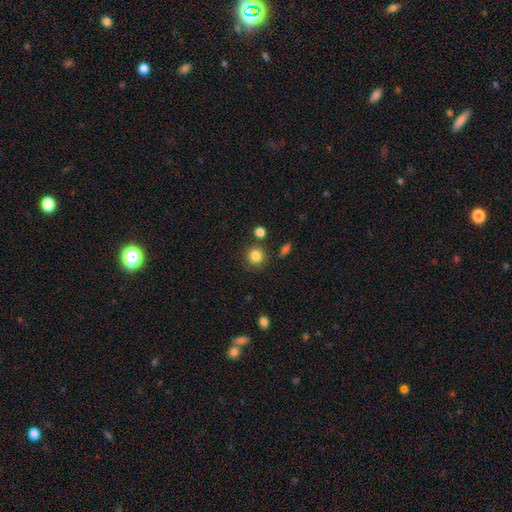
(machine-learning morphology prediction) Smooth or featured: smooth — 84% (star or artifact — 10%)
How rounded: round — 90% (in between — 9%)
Merging: none — 82% (minor disturbance — 9%)